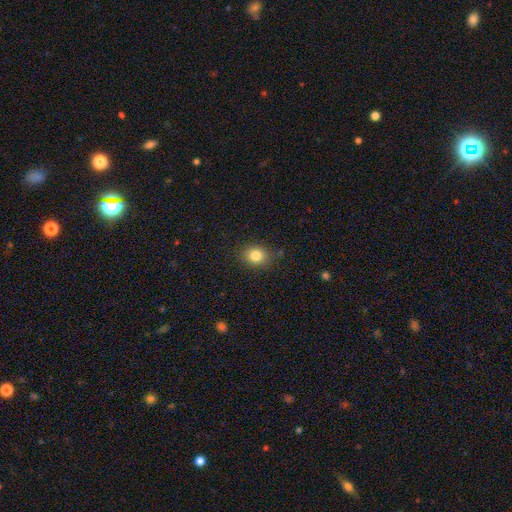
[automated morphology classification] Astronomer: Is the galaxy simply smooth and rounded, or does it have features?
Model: smooth — 83%.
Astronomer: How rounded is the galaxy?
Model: round — 58% (runner-up: in between, 41%).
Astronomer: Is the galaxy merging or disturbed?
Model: none — 82%.